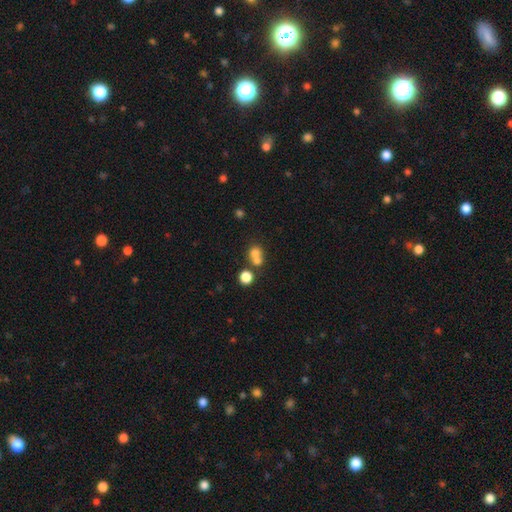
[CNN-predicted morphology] Overall: smooth (72%). How rounded: round (75%). Merging: merger (54%; none 35%).